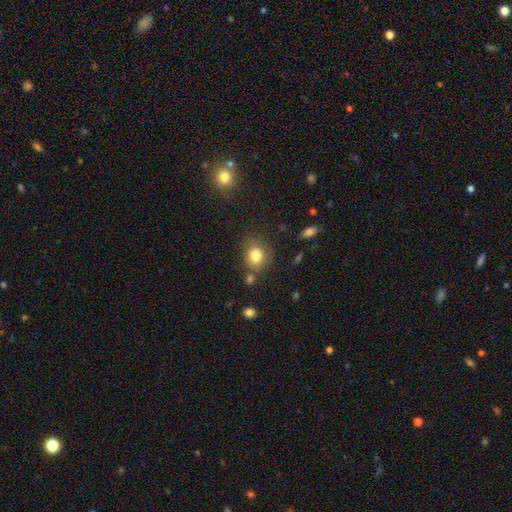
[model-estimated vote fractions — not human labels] Smooth or featured? smooth (81%)
How rounded? round (65%)
Merging? none (75%)